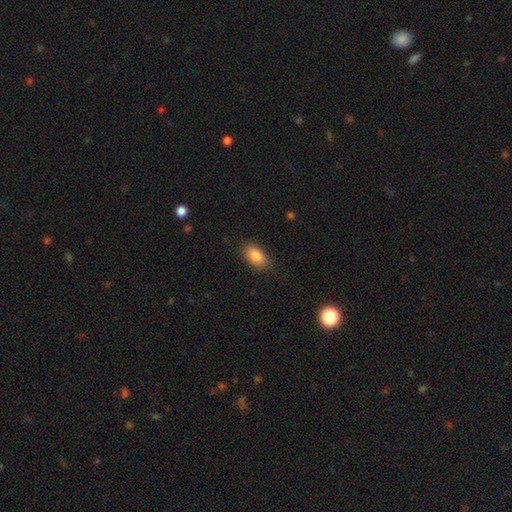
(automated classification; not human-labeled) smooth_or_featured: smooth (p=0.86) [alt: star or artifact p=0.07]
how_rounded: in between (p=0.91) [alt: round p=0.06]
merging: none (p=0.84) [alt: minor disturbance p=0.12]